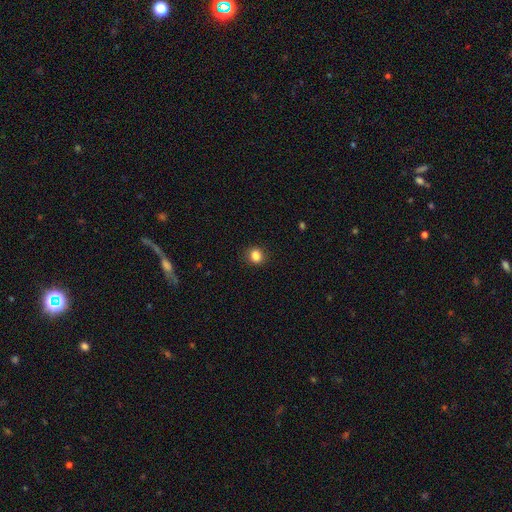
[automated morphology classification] A smooth galaxy with no disk features (85%) that is round (77%).

Vote fractions:
- Smooth or featured? smooth: 85% / star or artifact: 11% / featured or disk: 4%
- How rounded? round: 77% / in between: 22% / cigar-shaped: 1%
- Merging? none: 90% / minor disturbance: 7% / major disturbance: 2% / merger: 1%